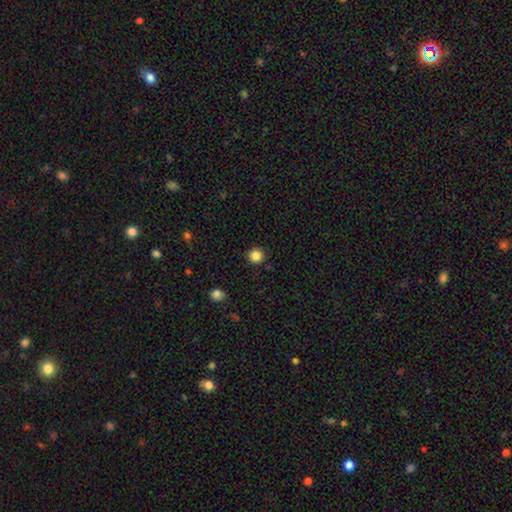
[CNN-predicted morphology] smooth 85%, star or artifact 12%, featured or disk 4%. Down the decision tree: how rounded — round (94%); merging — none (91%).